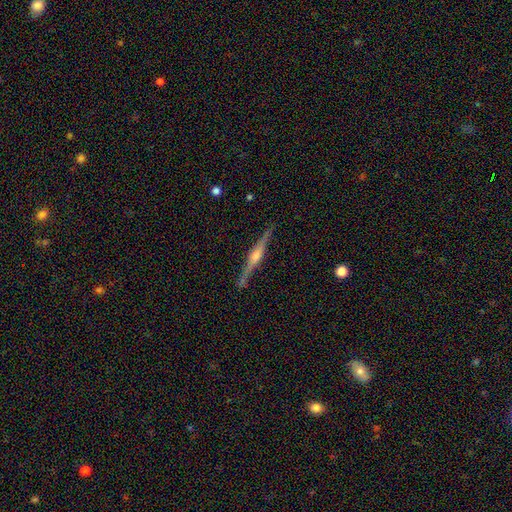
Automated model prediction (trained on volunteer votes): This appears to be a featured or disk galaxy (83%) viewed edge-on (98%) with a rounded central bulge (83%). Merging: none (88%).